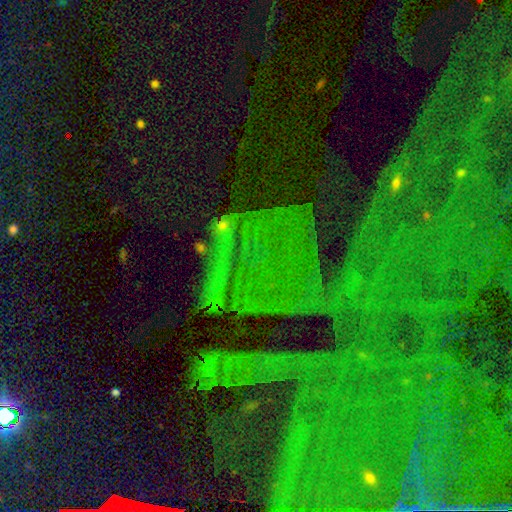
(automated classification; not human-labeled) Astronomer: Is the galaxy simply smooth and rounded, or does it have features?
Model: star or artifact — 81%.